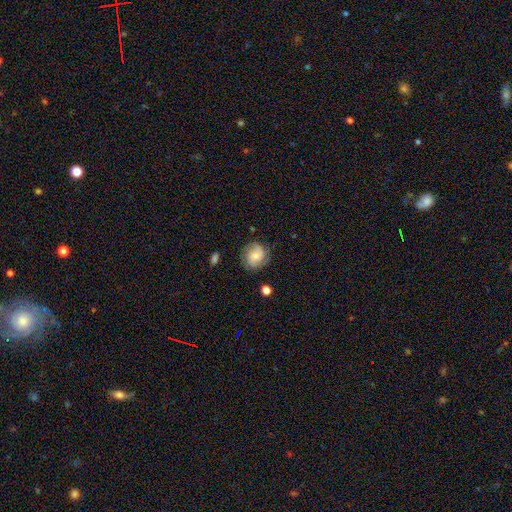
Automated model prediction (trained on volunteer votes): Smooth or featured: featured or disk — 59% (smooth — 33%)
Edge-on disk: no — 98% (yes — 2%)
Bar: no — 64% (weak — 31%)
Spiral arms: yes — 92% (no — 8%)
Spiral winding: tight — 42% (medium — 40%)
Spiral arm count: 2 — 61% (can't tell — 16%)
Bulge size: small — 51% (moderate — 35%)
Merging: none — 77% (minor disturbance — 16%)